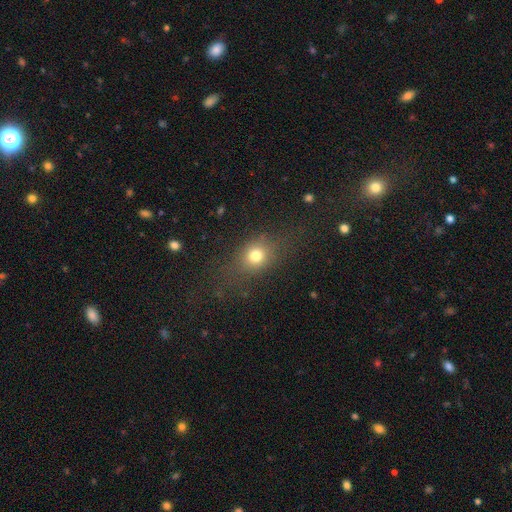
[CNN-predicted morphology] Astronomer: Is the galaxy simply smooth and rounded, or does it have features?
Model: smooth — 74%.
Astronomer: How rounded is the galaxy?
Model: round — 52% (runner-up: in between, 45%).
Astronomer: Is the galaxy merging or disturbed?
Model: none — 69%.